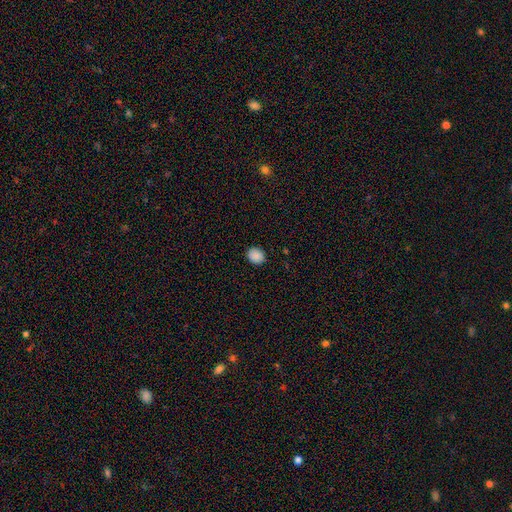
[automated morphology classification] Smooth or featured?
  - smooth: 88% *
  - star or artifact: 9%
  - featured or disk: 3%
How rounded?
  - round: 63% *
  - in between: 36%
  - cigar-shaped: 1%
Merging?
  - none: 90% *
  - minor disturbance: 7%
  - major disturbance: 2%
  - merger: 1%